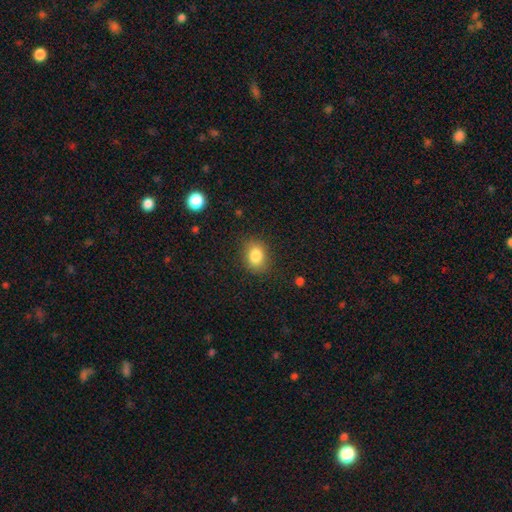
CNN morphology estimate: A smooth galaxy with no disk features (84%) that is in between round and cigar-shaped (57%).

Vote fractions:
- Smooth or featured? smooth: 84% / star or artifact: 10% / featured or disk: 7%
- How rounded? in between: 57% / round: 42% / cigar-shaped: 1%
- Merging? none: 84% / minor disturbance: 12% / major disturbance: 3% / merger: 1%